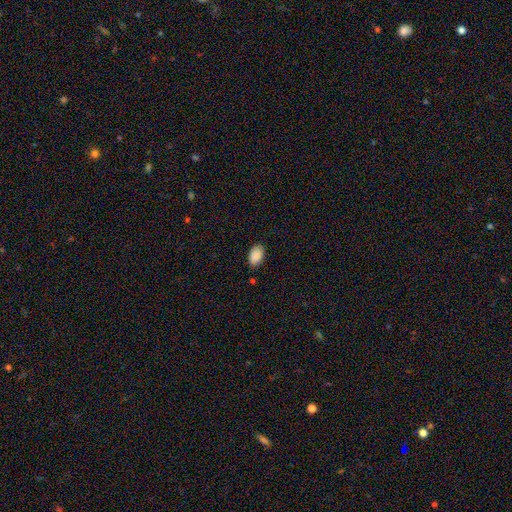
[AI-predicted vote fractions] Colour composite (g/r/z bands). It shows a smooth galaxy with no disk features (90%) that is in between round and cigar-shaped (91%). Merging: none (84%).